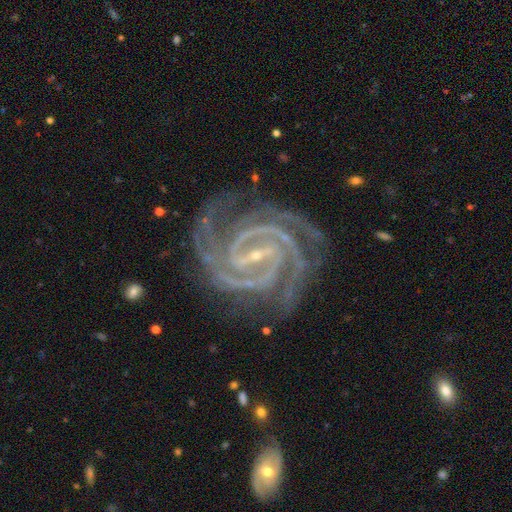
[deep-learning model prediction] A featured or disk galaxy (94%) with a strong bar (56%), 2 (40%) tight (77%) spiral arms (99%) and a small central bulge (85%). Merging: none (77%).